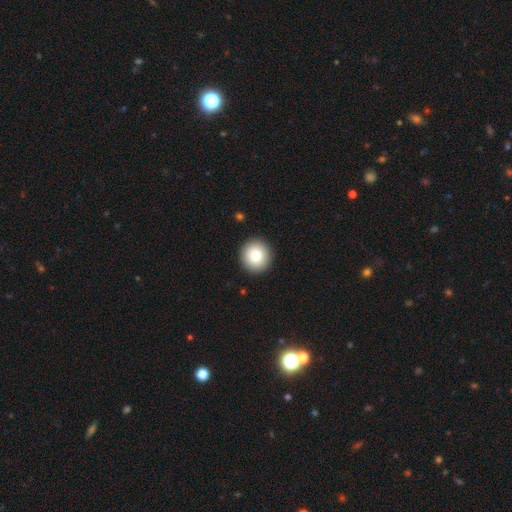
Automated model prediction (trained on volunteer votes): Smooth or featured? smooth (82%)
How rounded? round (94%)
Merging? none (92%)